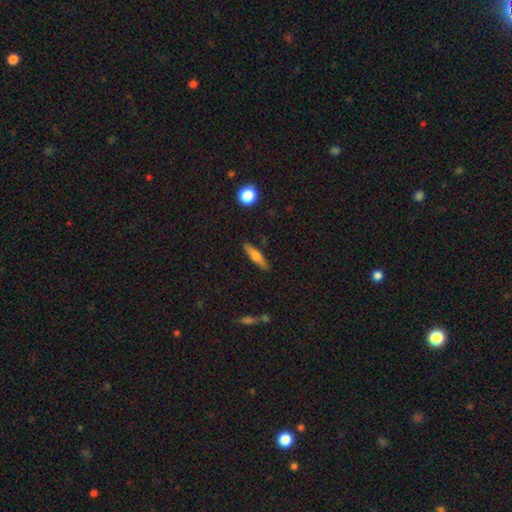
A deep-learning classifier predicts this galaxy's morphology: Overall: smooth (48%; featured or disk 45%). Merging: none (89%).